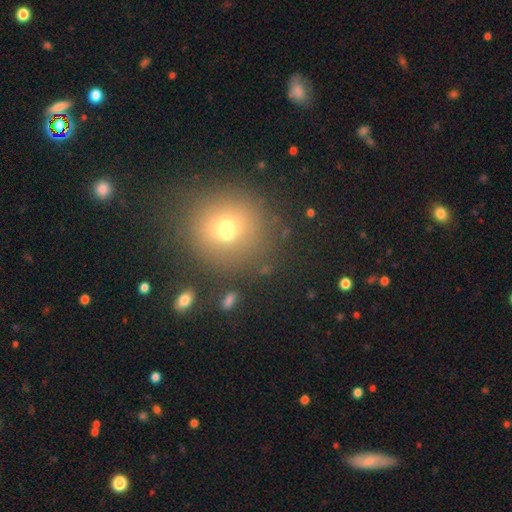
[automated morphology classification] Smooth or featured?
  - smooth: 63% *
  - star or artifact: 26%
  - featured or disk: 11%
How rounded?
  - round: 88% *
  - in between: 11%
  - cigar-shaped: 1%
Merging?
  - none: 85% *
  - minor disturbance: 8%
  - major disturbance: 4%
  - merger: 3%